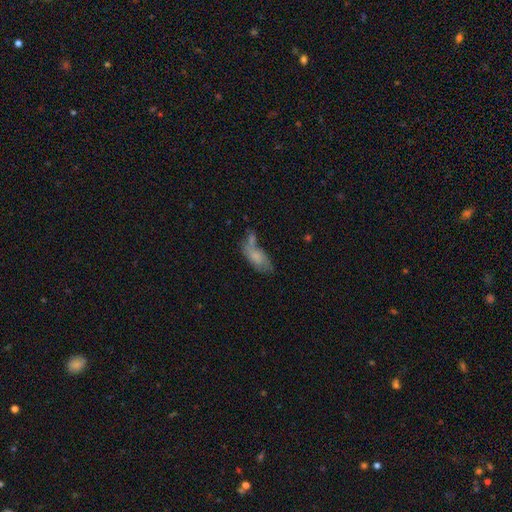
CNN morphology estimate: This appears to be a smooth galaxy with no disk features (67%) that is in between round and cigar-shaped (80%). Merging: none (35%).